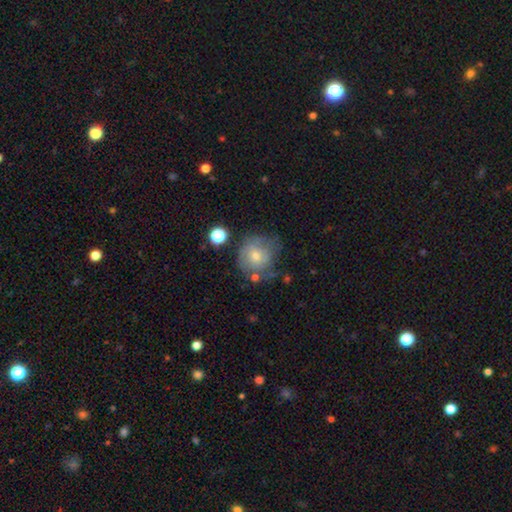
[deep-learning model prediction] Smooth or featured: smooth — 54% (featured or disk — 37%)
How rounded: round — 84% (in between — 15%)
Merging: none — 49% (minor disturbance — 27%)